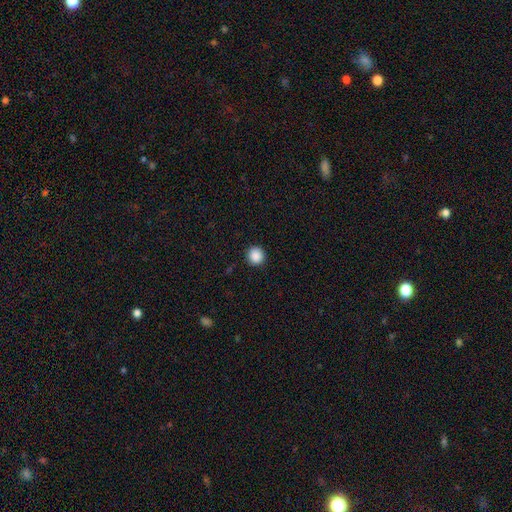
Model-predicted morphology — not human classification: smooth_or_featured: smooth (p=0.88) [alt: star or artifact p=0.09]
how_rounded: round (p=0.93) [alt: in between p=0.06]
merging: none (p=0.92) [alt: minor disturbance p=0.05]